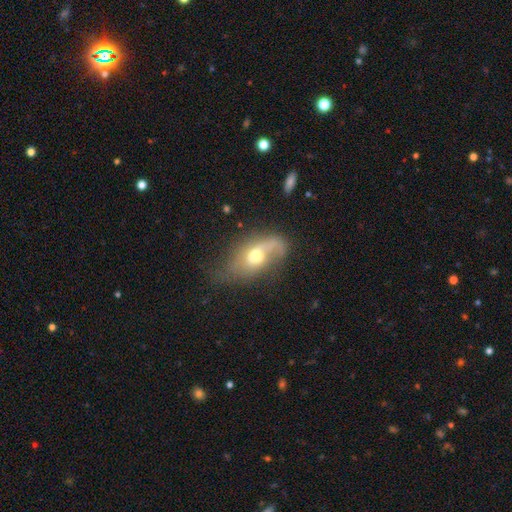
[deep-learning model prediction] Smooth or featured? featured or disk (48%)
Merging? none (38%)